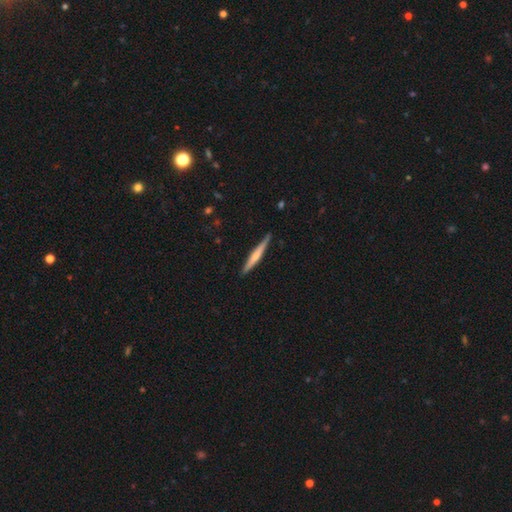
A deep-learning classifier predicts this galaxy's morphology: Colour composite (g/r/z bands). It shows a featured or disk galaxy (50%) viewed edge-on (98%). Merging: none (88%).